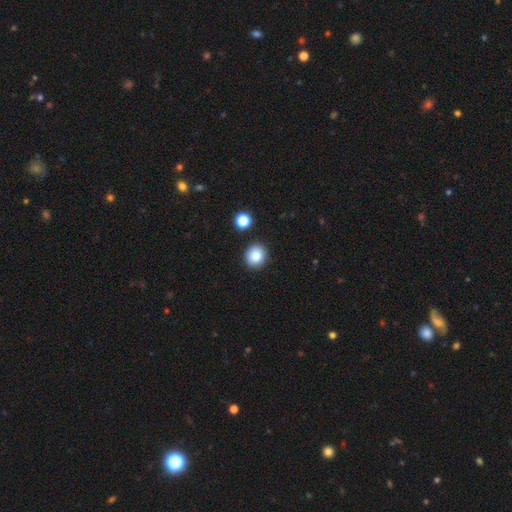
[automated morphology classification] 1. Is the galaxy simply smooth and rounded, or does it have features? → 84% smooth, 10% star or artifact, 6% featured or disk.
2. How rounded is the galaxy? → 82% round, 17% in between, 1% cigar-shaped.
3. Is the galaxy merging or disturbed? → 88% none, 7% minor disturbance, 3% merger, 2% major disturbance.